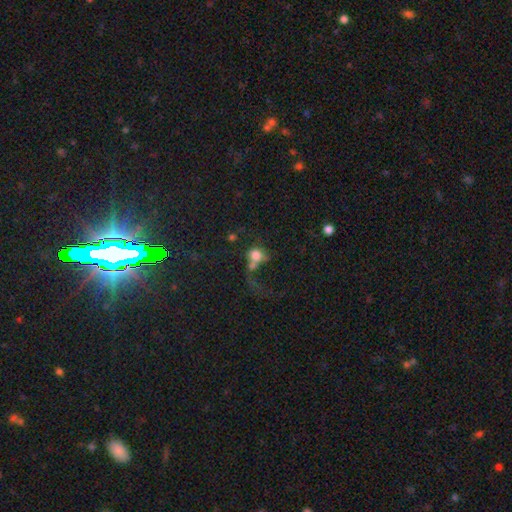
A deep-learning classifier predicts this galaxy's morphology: A smooth galaxy with no disk features (69%) that is round (64%). Merging: merger (45%).